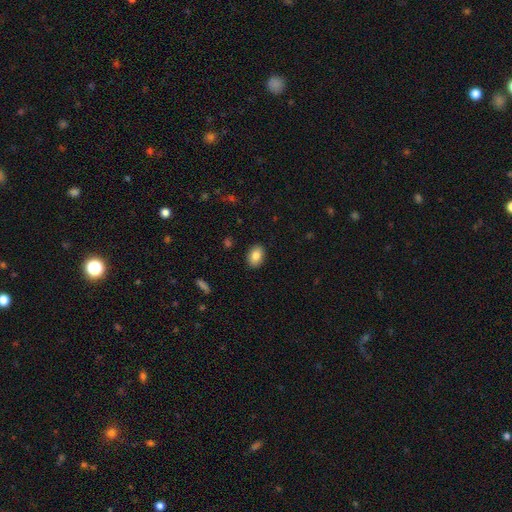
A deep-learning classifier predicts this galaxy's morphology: The model was most divided on "how rounded": in between: 82%, round: 17%, cigar-shaped: 1%. More confident: merging — none (90%); smooth or featured — smooth (84%).